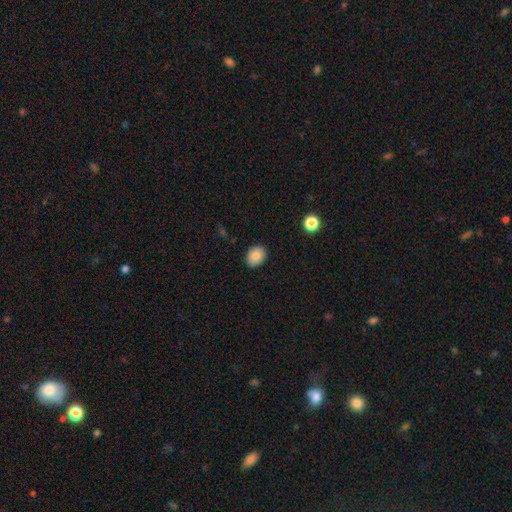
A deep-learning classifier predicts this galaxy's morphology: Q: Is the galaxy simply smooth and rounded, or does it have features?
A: smooth — 86%.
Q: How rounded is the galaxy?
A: in between — 60%.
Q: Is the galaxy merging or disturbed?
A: none — 86%.